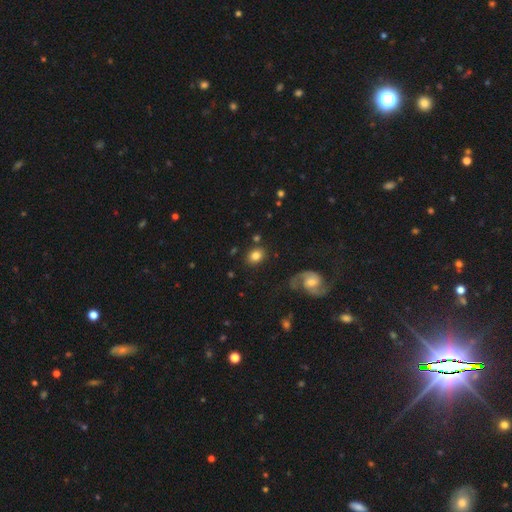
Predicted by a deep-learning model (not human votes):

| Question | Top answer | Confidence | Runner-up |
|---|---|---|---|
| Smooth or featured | smooth | 80% | featured or disk (12%) |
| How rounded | in between | 57% | round (42%) |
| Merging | none | 83% | minor disturbance (10%) |